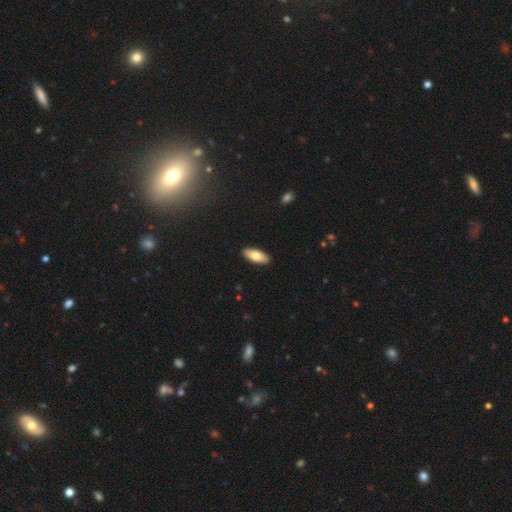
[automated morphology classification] smooth_or_featured: smooth (p=0.80) [alt: featured or disk p=0.15]
how_rounded: in between (p=0.80) [alt: cigar-shaped p=0.18]
merging: none (p=0.90) [alt: minor disturbance p=0.07]